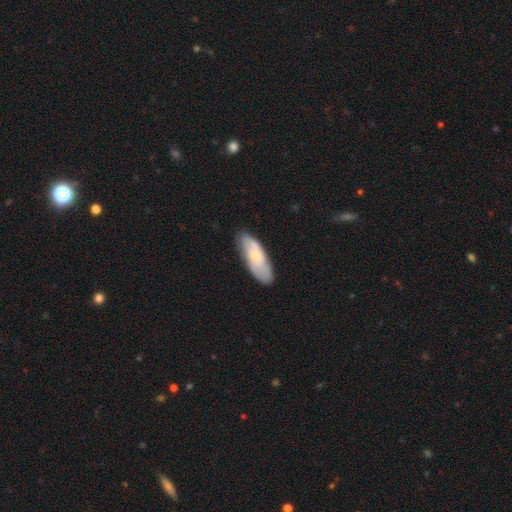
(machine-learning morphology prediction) Smooth or featured? Predicted: smooth (p=0.56). How rounded? Predicted: in between (p=0.63). Merging? Predicted: none (p=0.71).